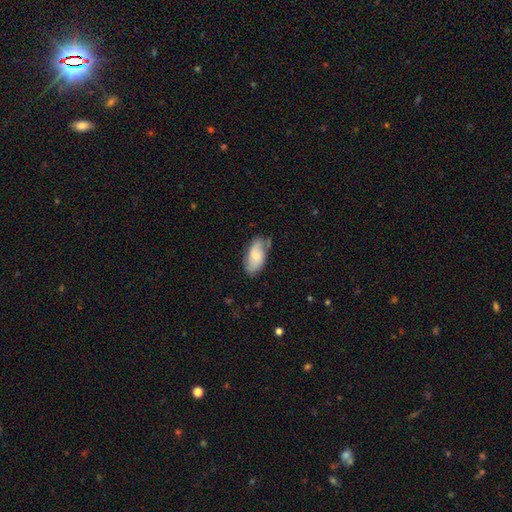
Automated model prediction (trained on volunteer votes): A smooth galaxy with no disk features (60%) that is in between round and cigar-shaped (92%).

Vote fractions:
- Smooth or featured? smooth: 60% / featured or disk: 33% / star or artifact: 7%
- How rounded? in between: 92% / cigar-shaped: 5% / round: 3%
- Merging? none: 62% / minor disturbance: 28% / major disturbance: 7% / merger: 3%